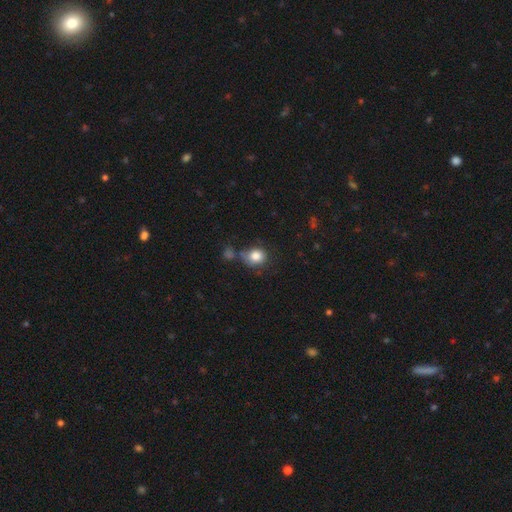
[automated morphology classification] Smooth or featured? Predicted: smooth (p=0.83). How rounded? Predicted: round (p=0.73). Merging? Predicted: none (p=0.56).